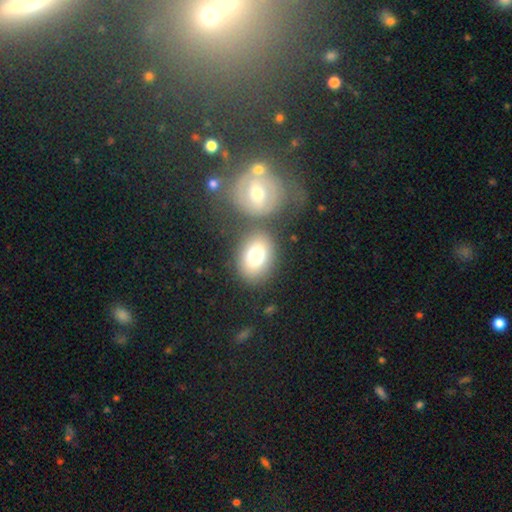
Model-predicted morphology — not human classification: Smooth or featured? smooth (77%)
How rounded? in between (61%)
Merging? none (65%)